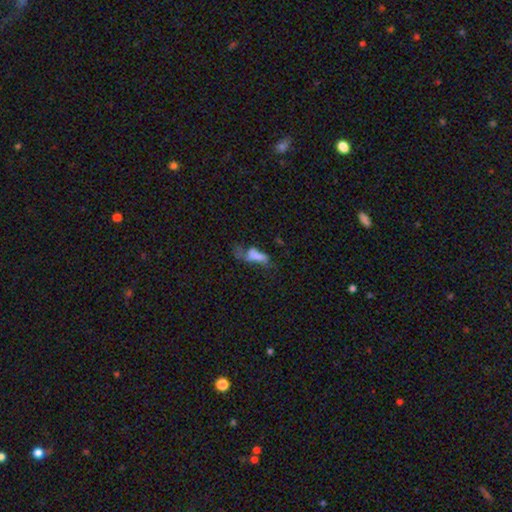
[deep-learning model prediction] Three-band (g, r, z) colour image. It shows a smooth galaxy with no disk features (60%) that is in between round and cigar-shaped (65%). Merging: major disturbance (43%).